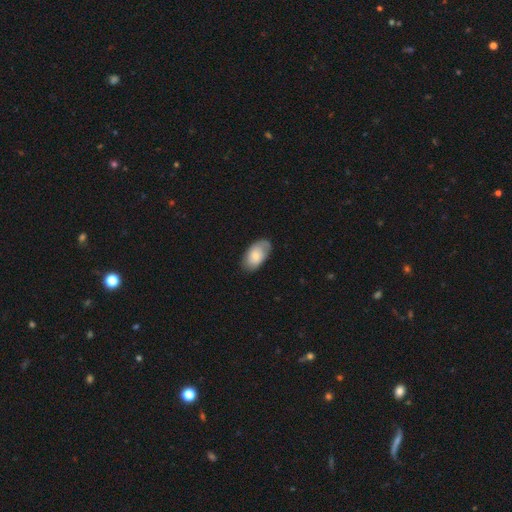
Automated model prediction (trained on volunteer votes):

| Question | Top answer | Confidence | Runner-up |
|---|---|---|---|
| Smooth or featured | smooth | 68% | featured or disk (25%) |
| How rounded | in between | 94% | round (4%) |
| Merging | none | 71% | minor disturbance (23%) |